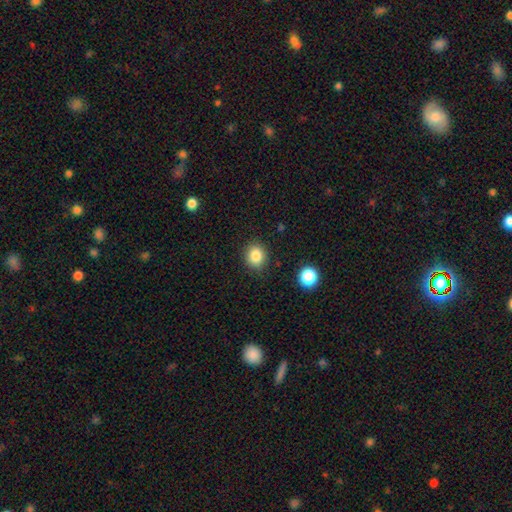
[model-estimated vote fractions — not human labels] smooth 84%, star or artifact 11%, featured or disk 5%. Down the decision tree: how rounded — round (77%); merging — none (87%).